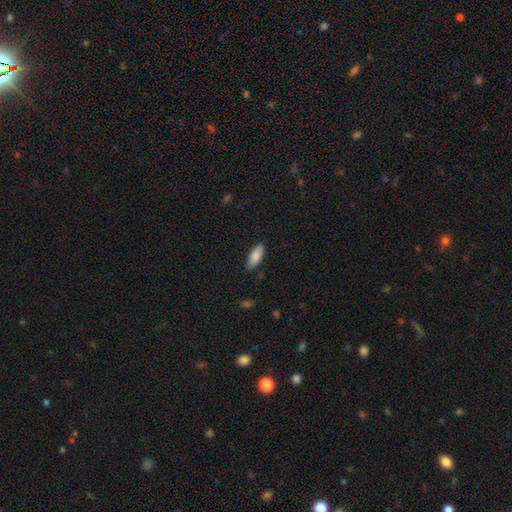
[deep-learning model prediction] A smooth galaxy with no disk features (86%) that is in between round and cigar-shaped (65%).

Vote fractions:
- Smooth or featured? smooth: 86% / featured or disk: 8% / star or artifact: 6%
- How rounded? in between: 65% / cigar-shaped: 33% / round: 2%
- Merging? none: 85% / minor disturbance: 11% / major disturbance: 2% / merger: 1%